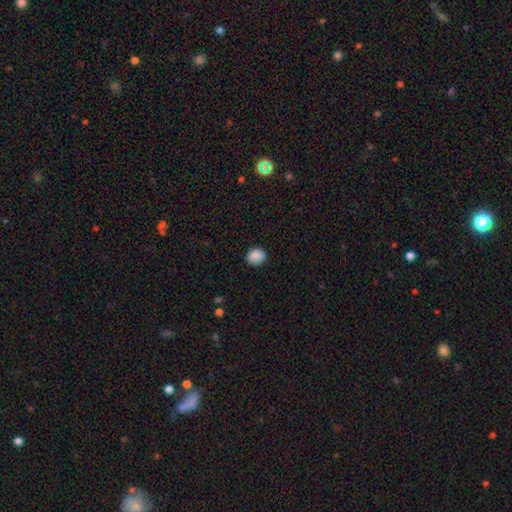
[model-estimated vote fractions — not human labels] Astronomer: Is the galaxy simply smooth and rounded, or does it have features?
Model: smooth — 87%.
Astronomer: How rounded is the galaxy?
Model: round — 79%.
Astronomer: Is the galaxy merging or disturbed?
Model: none — 85%.